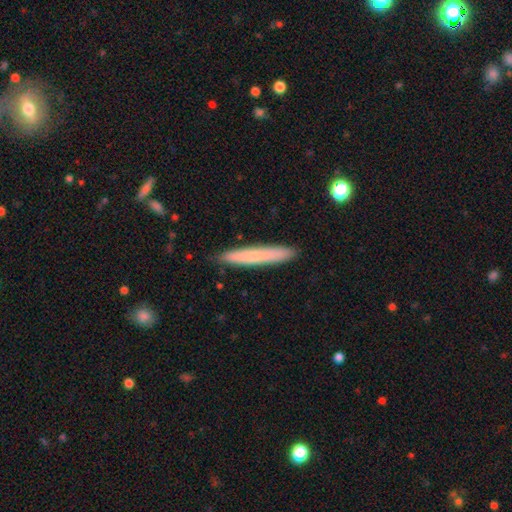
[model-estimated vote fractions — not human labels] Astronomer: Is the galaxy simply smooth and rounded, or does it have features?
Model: smooth — 69%.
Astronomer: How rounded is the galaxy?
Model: cigar-shaped — 95%.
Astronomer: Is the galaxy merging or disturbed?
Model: none — 89%.